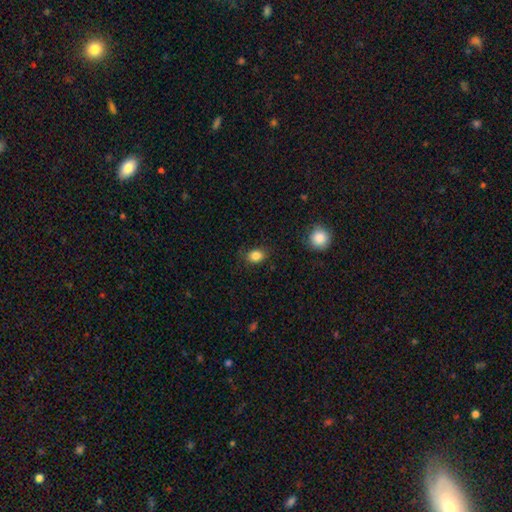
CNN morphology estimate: Overall: smooth (84%). How rounded: round (51%; in between 48%). Merging: none (80%).